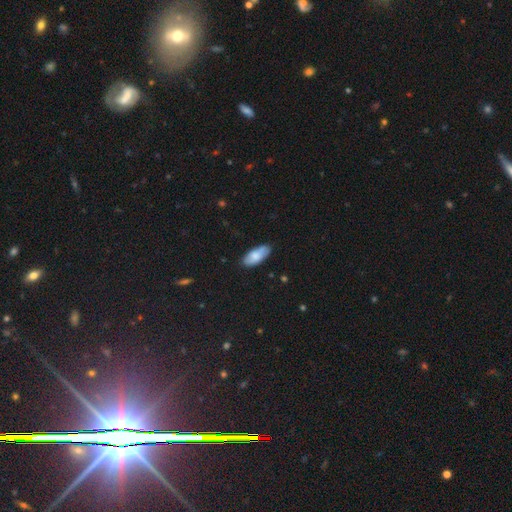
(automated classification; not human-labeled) smooth-or-featured: smooth: 78% | featured or disk: 16% | star or artifact: 6%
  how-rounded: in between: 87% | cigar-shaped: 11% | round: 2%
  merging: none: 77% | minor disturbance: 18% | major disturbance: 3% | merger: 2%